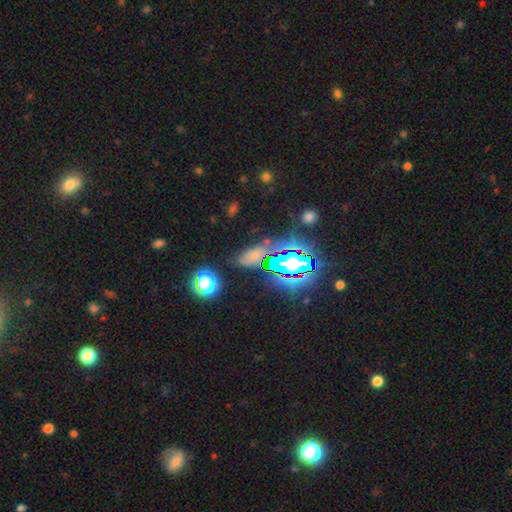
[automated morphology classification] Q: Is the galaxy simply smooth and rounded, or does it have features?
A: star or artifact — 49%.